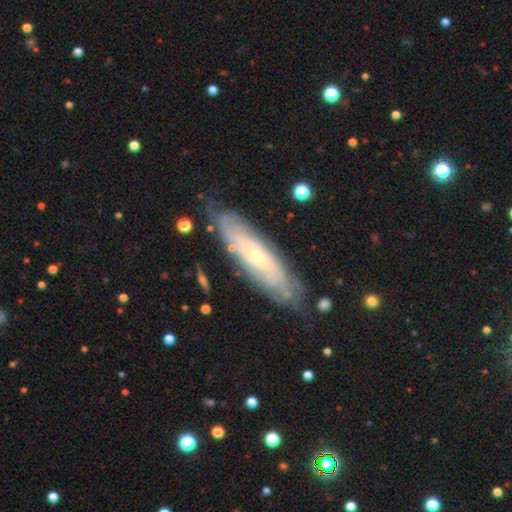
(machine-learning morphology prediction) The model was most divided on "edge-on disk": no: 73%, yes: 27%. More confident: spiral arms — yes (87%); merging — none (78%); bar — no (76%); smooth or featured — featured or disk (73%); bulge size — small (73%).